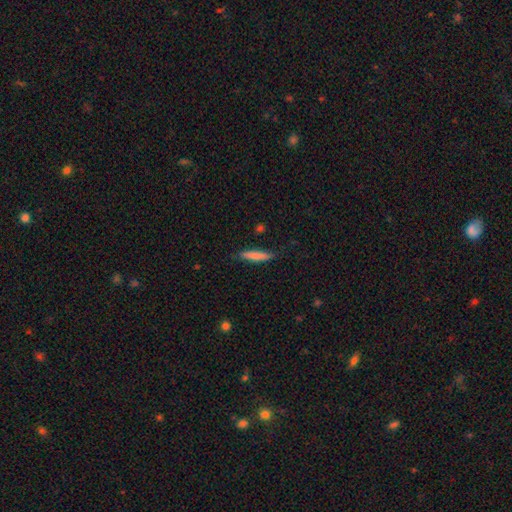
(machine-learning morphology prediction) smooth-or-featured: smooth: 76% | featured or disk: 18% | star or artifact: 6%
  how-rounded: cigar-shaped: 87% | in between: 12% | round: 1%
  merging: none: 83% | minor disturbance: 13% | major disturbance: 2% | merger: 2%